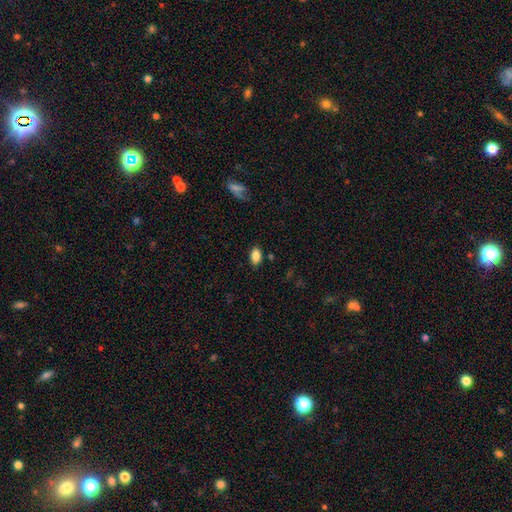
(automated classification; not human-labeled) smooth 84%, star or artifact 8%, featured or disk 7%. Down the decision tree: how rounded — in between (90%); merging — none (86%).